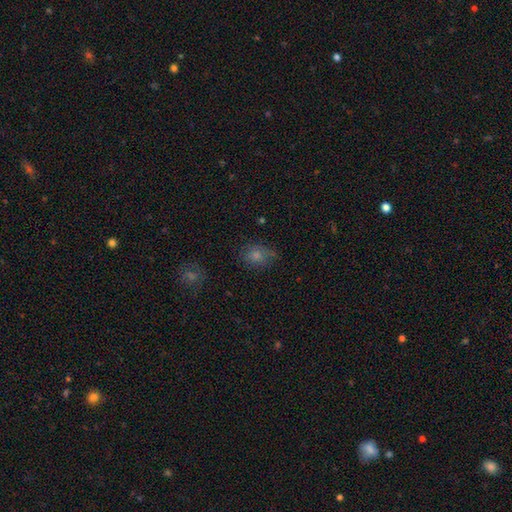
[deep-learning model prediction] Smooth or featured: smooth — 61% (star or artifact — 25%)
How rounded: round — 56% (in between — 43%)
Merging: none — 76% (minor disturbance — 17%)